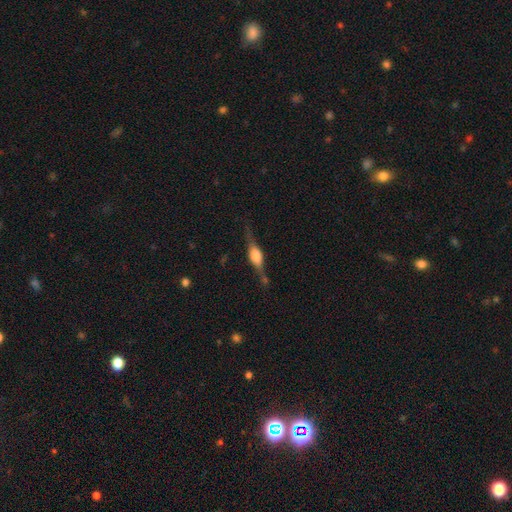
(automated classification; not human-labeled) Smooth or featured?
  - featured or disk: 71% *
  - smooth: 22%
  - star or artifact: 7%
Edge-on disk?
  - yes: 96% *
  - no: 4%
Edge-on bulge?
  - rounded: 84% *
  - boxy: 14%
  - none: 2%
Merging?
  - none: 75% *
  - minor disturbance: 16%
  - major disturbance: 6%
  - merger: 4%